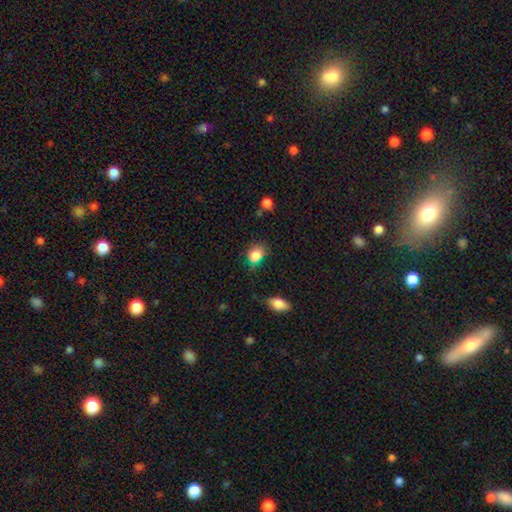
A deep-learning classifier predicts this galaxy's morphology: smooth-or-featured: smooth: 85% | star or artifact: 10% | featured or disk: 5%
  how-rounded: in between: 51% | round: 47% | cigar-shaped: 1%
  merging: none: 62% | minor disturbance: 26% | major disturbance: 7% | merger: 5%